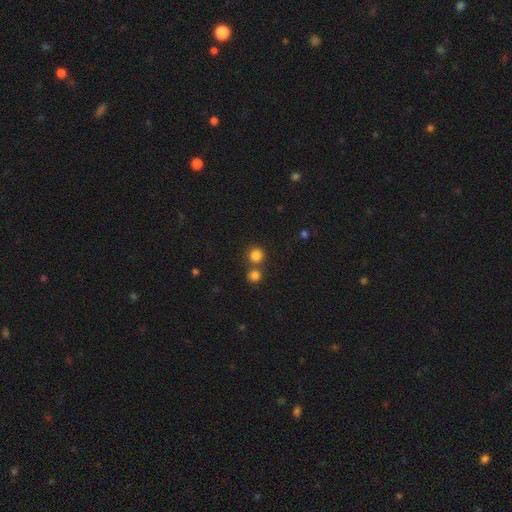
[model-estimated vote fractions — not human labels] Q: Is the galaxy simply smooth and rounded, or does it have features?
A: smooth — 82%.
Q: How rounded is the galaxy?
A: round — 91%.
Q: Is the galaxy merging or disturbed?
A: none — 65%.